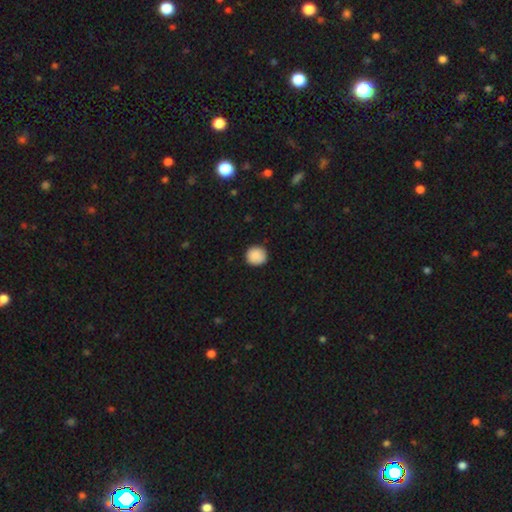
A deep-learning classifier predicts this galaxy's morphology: smooth_or_featured: smooth (p=0.90) [alt: star or artifact p=0.08]
how_rounded: round (p=0.93) [alt: in between p=0.06]
merging: none (p=0.91) [alt: minor disturbance p=0.07]